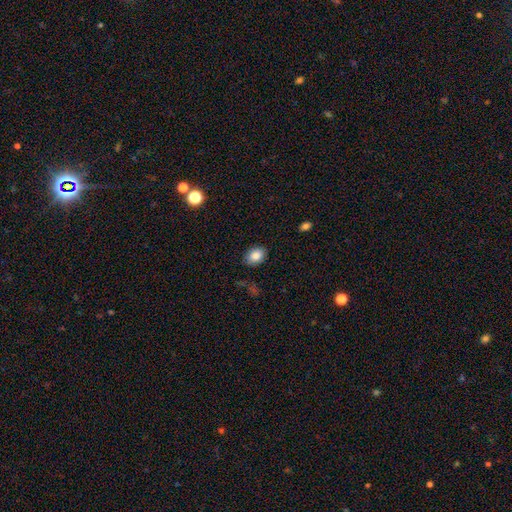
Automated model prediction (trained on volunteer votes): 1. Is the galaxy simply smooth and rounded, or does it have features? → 85% smooth, 9% star or artifact, 7% featured or disk.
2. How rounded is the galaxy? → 70% in between, 29% round, 1% cigar-shaped.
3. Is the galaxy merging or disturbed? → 85% none, 11% minor disturbance, 3% major disturbance, 1% merger.